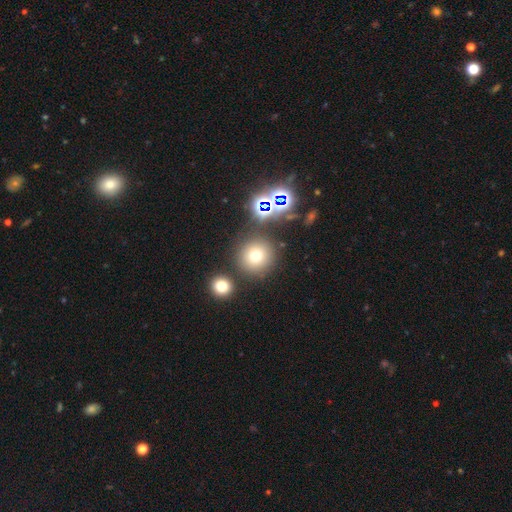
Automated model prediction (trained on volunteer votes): Smooth or featured?
  - smooth: 69% *
  - star or artifact: 20%
  - featured or disk: 11%
How rounded?
  - round: 94% *
  - in between: 5%
  - cigar-shaped: 1%
Merging?
  - none: 81% *
  - merger: 8%
  - minor disturbance: 8%
  - major disturbance: 3%